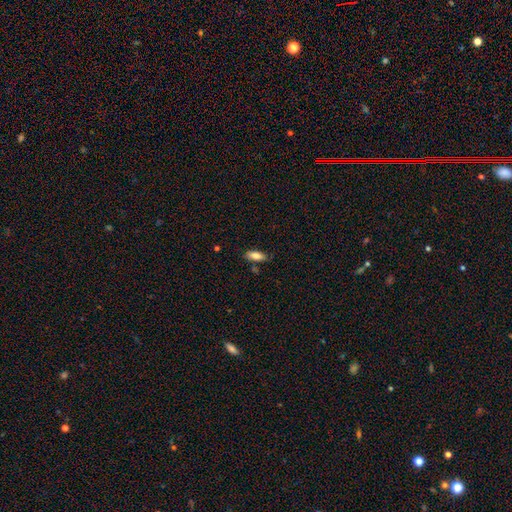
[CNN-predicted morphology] Smooth or featured: smooth — 82% (featured or disk — 11%)
How rounded: in between — 79% (cigar-shaped — 19%)
Merging: none — 77% (minor disturbance — 16%)